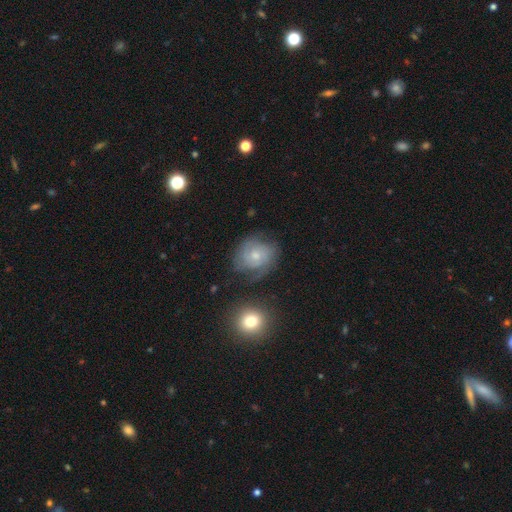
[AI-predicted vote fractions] Morphology: type=featured or disk (65%); edge-on=no (97%); bar=no (73%); spiral arms=yes (89%); winding=tight (52%); arm count=2 (36%); bulge=small (48%); merging=none (64%).